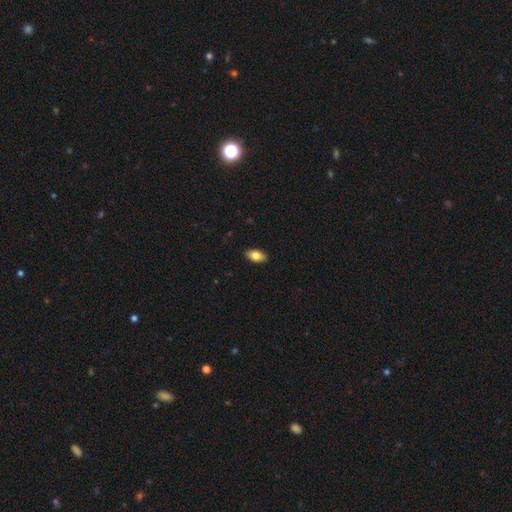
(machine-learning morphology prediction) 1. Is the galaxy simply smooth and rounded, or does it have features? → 81% smooth, 12% featured or disk, 7% star or artifact.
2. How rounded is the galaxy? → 91% in between, 5% cigar-shaped, 4% round.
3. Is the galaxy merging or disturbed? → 90% none, 8% minor disturbance, 2% major disturbance, 1% merger.